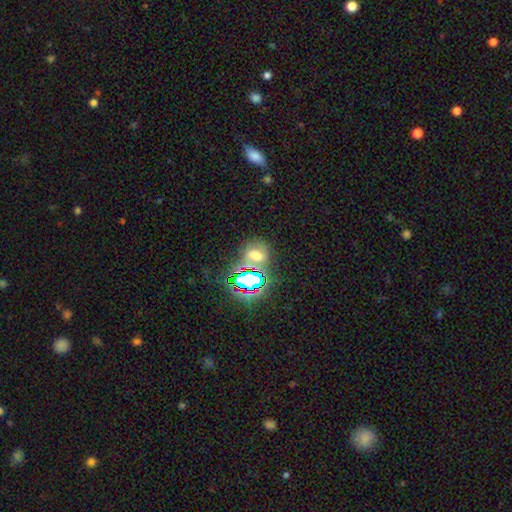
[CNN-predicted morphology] This appears to be a star or artifact, not a galaxy (41%, tied with smooth).